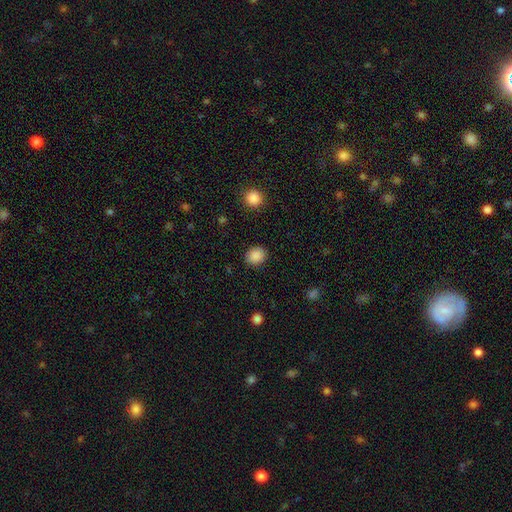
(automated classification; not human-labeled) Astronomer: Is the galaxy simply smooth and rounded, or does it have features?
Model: smooth — 88%.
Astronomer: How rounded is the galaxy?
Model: round — 67%.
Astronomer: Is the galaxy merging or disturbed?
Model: none — 88%.